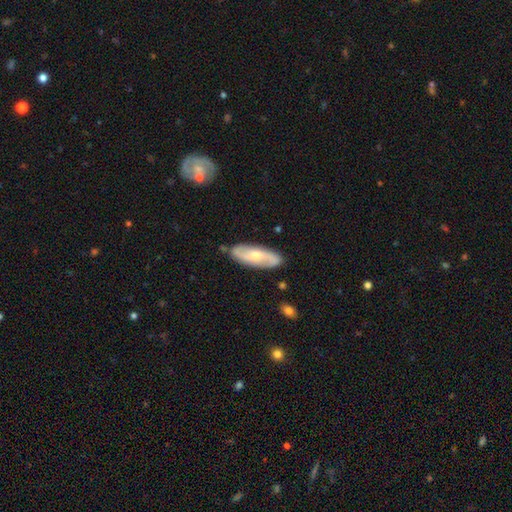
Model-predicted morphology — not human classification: type=featured or disk (59%); edge-on=no (85%); bar=no (52%); spiral arms=yes (87%); bulge=moderate (52%); merging=none (84%).